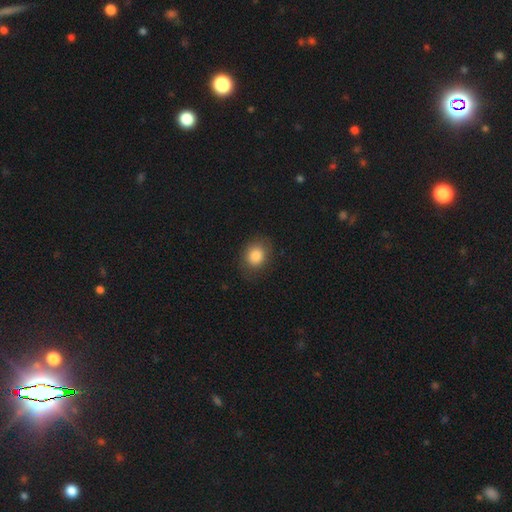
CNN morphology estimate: Smooth or featured? Predicted: smooth (p=0.85). How rounded? Predicted: round (p=0.60). Merging? Predicted: none (p=0.81).